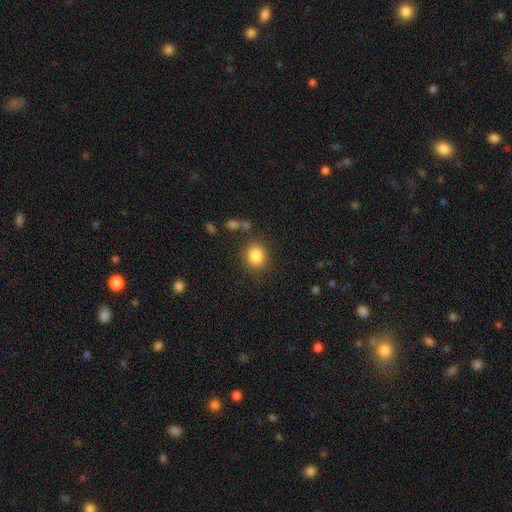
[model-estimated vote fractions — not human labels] smooth_or_featured: smooth (p=0.85) [alt: star or artifact p=0.10]
how_rounded: round (p=0.76) [alt: in between p=0.24]
merging: none (p=0.84) [alt: minor disturbance p=0.10]